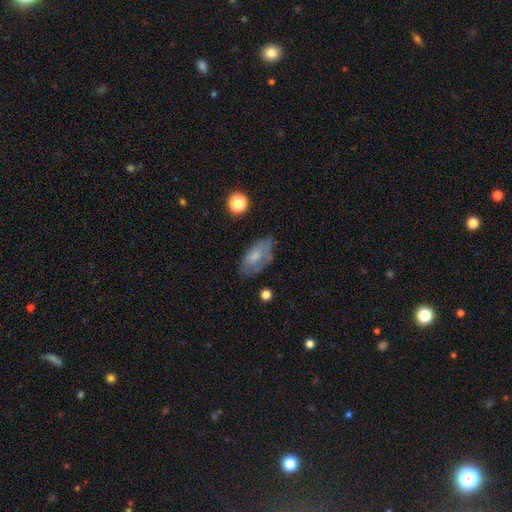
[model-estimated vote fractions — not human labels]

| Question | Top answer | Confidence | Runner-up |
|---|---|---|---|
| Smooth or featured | smooth | 61% | featured or disk (30%) |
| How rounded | in between | 90% | round (5%) |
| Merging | none | 55% | minor disturbance (30%) |